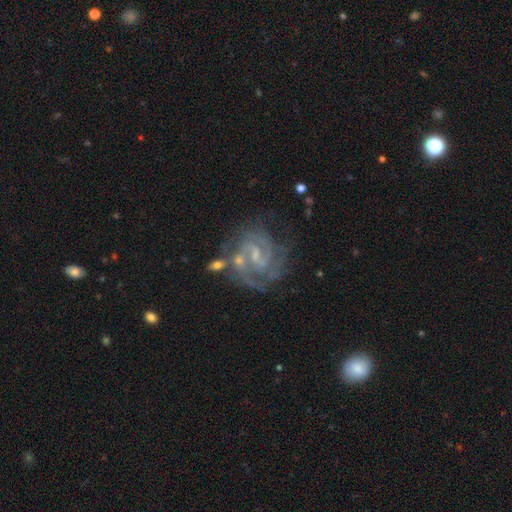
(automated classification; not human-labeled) smooth_or_featured: featured or disk (p=0.86) [alt: star or artifact p=0.07]
disk_edge_on: no (p=0.98) [alt: yes p=0.02]
bar: weak (p=0.56) [alt: no p=0.25]
has_spiral_arms: yes (p=0.95) [alt: no p=0.05]
spiral_winding: tight (p=0.50) [alt: medium p=0.41]
spiral_arm_count: 2 (p=0.51) [alt: can't tell p=0.18]
bulge_size: small (p=0.59) [alt: moderate p=0.21]
merging: none (p=0.56) [alt: minor disturbance p=0.18]